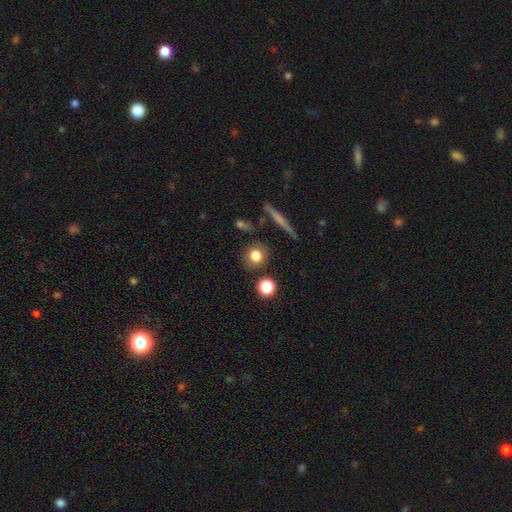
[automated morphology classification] Smooth or featured? smooth (79%)
How rounded? round (87%)
Merging? none (85%)